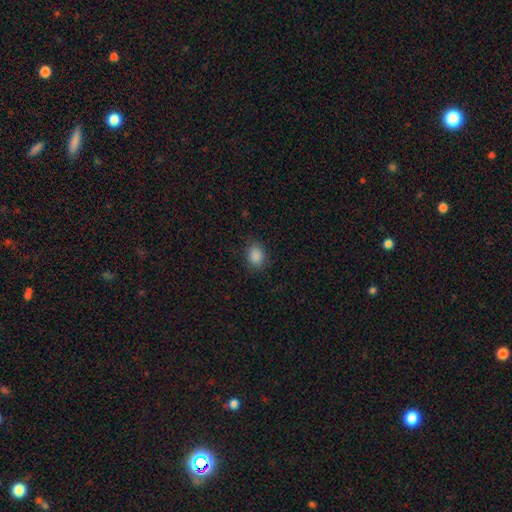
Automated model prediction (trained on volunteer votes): The model was most divided on "how rounded": round: 51%, in between: 48%, cigar-shaped: 1%. More confident: smooth or featured — smooth (87%); merging — none (83%).